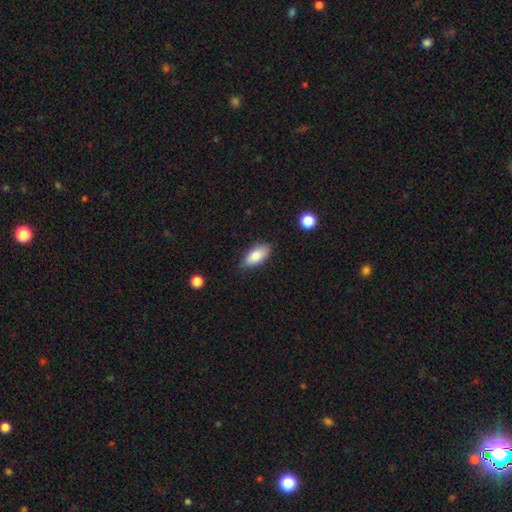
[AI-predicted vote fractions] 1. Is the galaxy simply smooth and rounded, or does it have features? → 82% smooth, 11% featured or disk, 7% star or artifact.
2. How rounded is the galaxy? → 89% in between, 8% cigar-shaped, 3% round.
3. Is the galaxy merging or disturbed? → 76% none, 19% minor disturbance, 3% major disturbance, 2% merger.